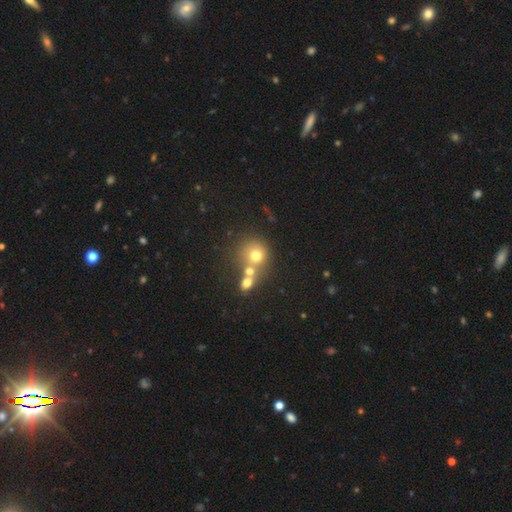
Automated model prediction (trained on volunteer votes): Smooth or featured? Predicted: smooth (p=0.69). How rounded? Predicted: round (p=0.84). Merging? Predicted: merger (p=0.45).